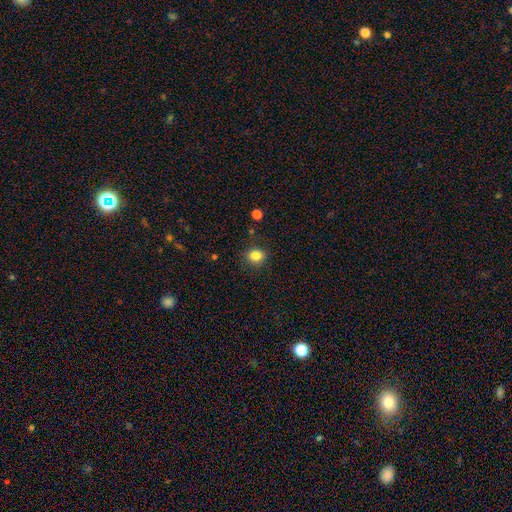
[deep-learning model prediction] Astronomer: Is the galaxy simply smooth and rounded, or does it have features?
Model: smooth — 84%.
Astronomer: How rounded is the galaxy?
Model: round — 64%.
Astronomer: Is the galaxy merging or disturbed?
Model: none — 86%.